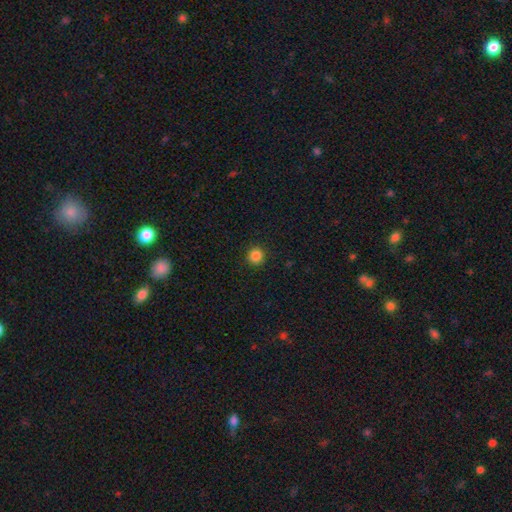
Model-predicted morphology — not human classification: type=smooth (85%); roundness=round (93%); merging=none (92%).